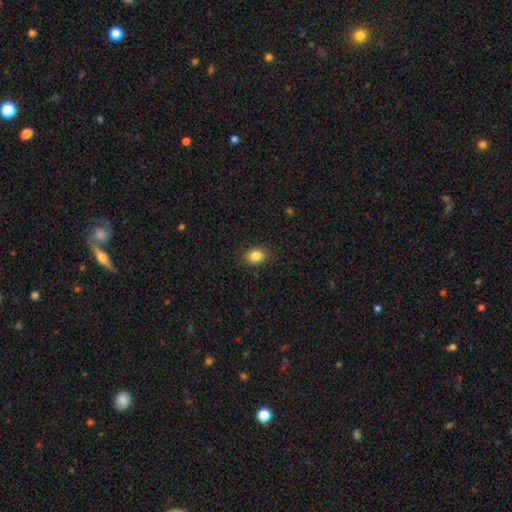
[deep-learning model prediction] This is clearly a smooth galaxy (85%). How rounded: likely in between (60%). Merging: clearly none (87%).